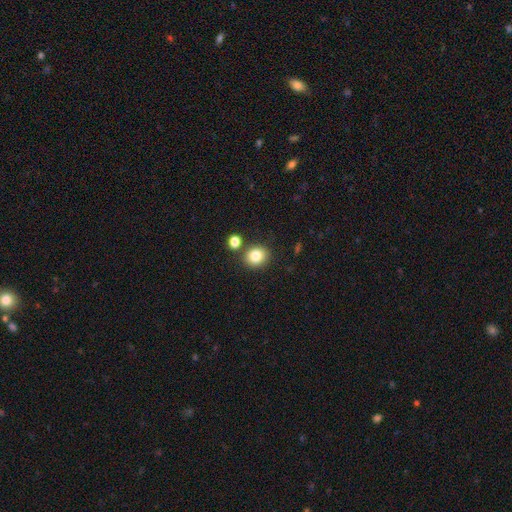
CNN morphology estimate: smooth 83%, star or artifact 10%, featured or disk 7%. Down the decision tree: how rounded — round (71%); merging — none (78%).